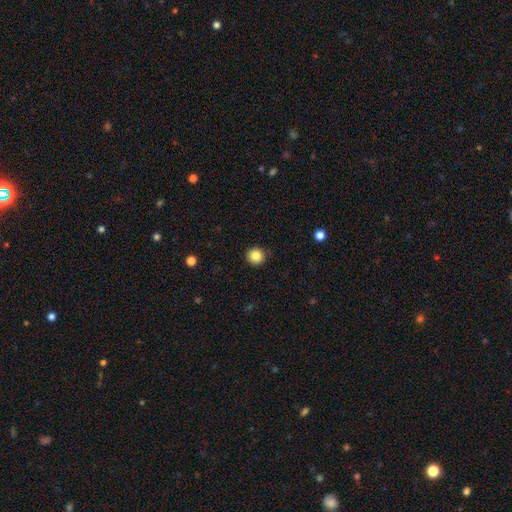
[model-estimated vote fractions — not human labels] Smooth or featured? smooth (84%)
How rounded? round (95%)
Merging? none (90%)